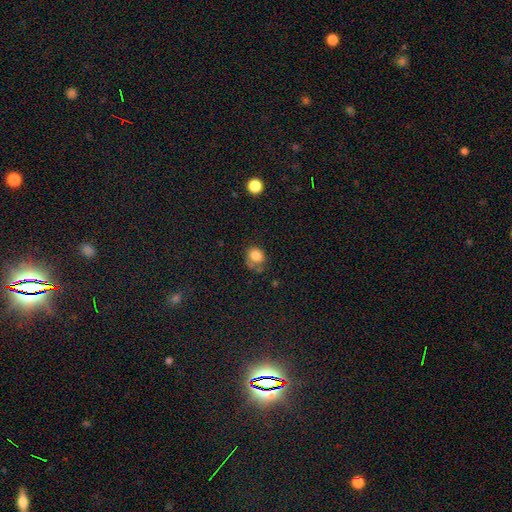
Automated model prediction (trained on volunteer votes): A smooth galaxy with no disk features (82%) that is round (75%). Merging: none (51%).